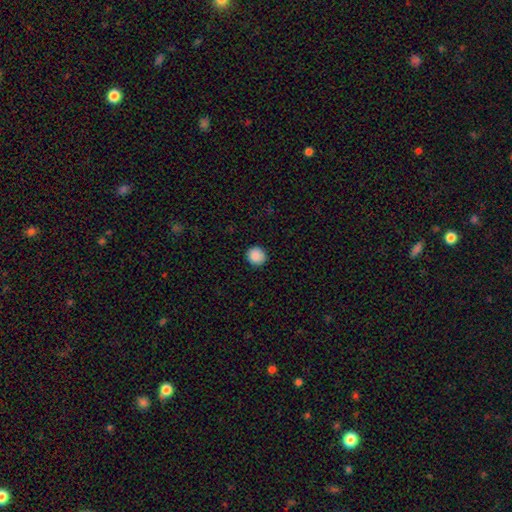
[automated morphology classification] Smooth or featured? Predicted: smooth (p=0.89). How rounded? Predicted: round (p=0.91). Merging? Predicted: none (p=0.91).